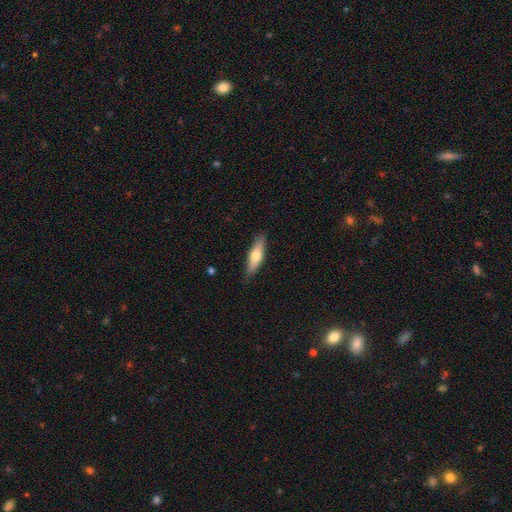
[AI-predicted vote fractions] This appears to be a smooth galaxy with no disk features (62%) that is cigar-shaped (59%). Merging: none (86%).